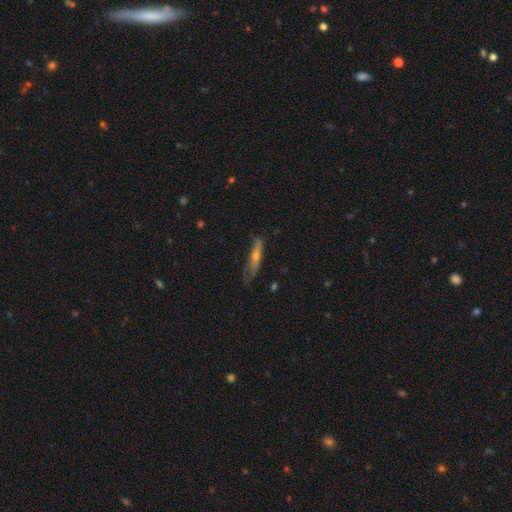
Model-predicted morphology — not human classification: Q: Smooth or featured?
A: featured or disk (51%); runner-up: smooth (41%)
Q: Edge-on disk?
A: yes (75%); runner-up: no (25%)
Q: Merging?
A: none (58%); runner-up: minor disturbance (29%)